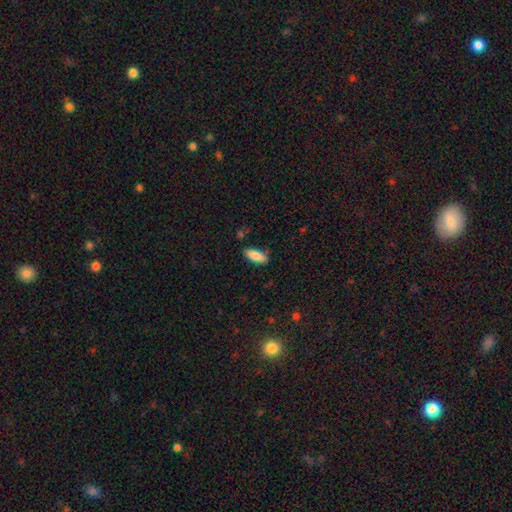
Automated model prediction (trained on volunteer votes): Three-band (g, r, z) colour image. It shows a smooth galaxy with no disk features (83%) that is in between round and cigar-shaped (83%). Merging: none (84%).